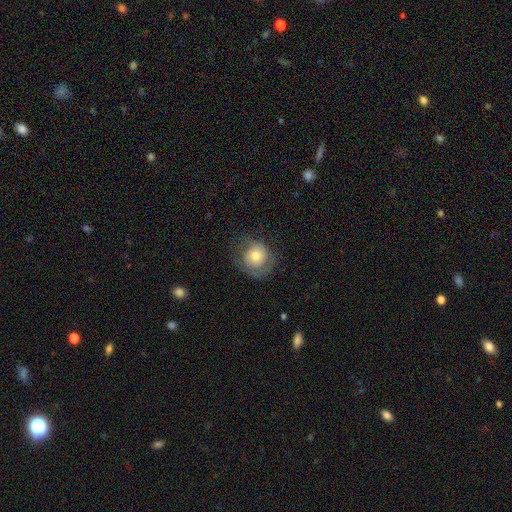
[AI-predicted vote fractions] Overall: smooth (60%; featured or disk 32%). How rounded: round (85%). Merging: none (59%; minor disturbance 22%).